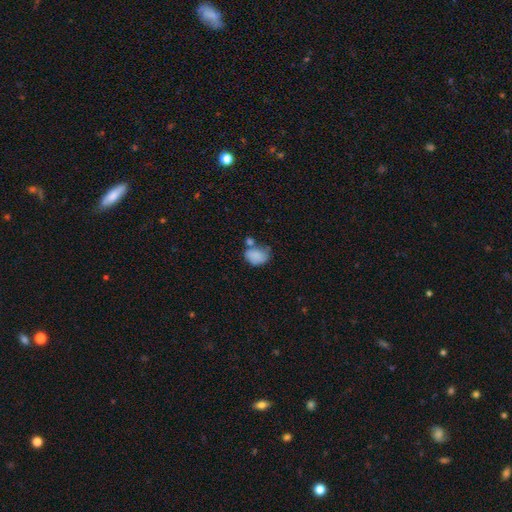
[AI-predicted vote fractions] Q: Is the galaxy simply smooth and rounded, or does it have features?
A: smooth — 81%.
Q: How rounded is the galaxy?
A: in between — 74%.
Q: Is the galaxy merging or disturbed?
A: none — 35%.